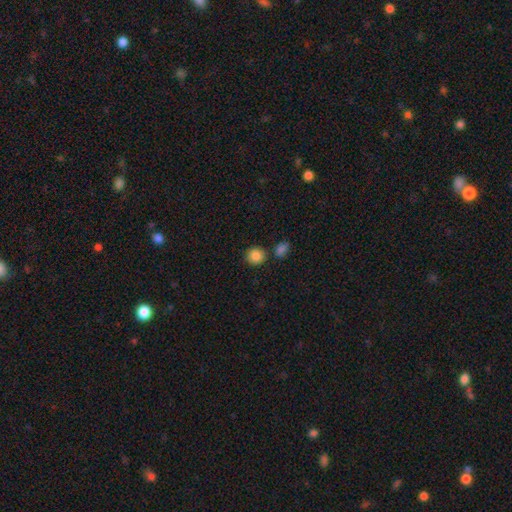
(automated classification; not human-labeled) Smooth or featured: smooth — 87% (star or artifact — 9%)
How rounded: round — 86% (in between — 13%)
Merging: none — 80% (merger — 9%)